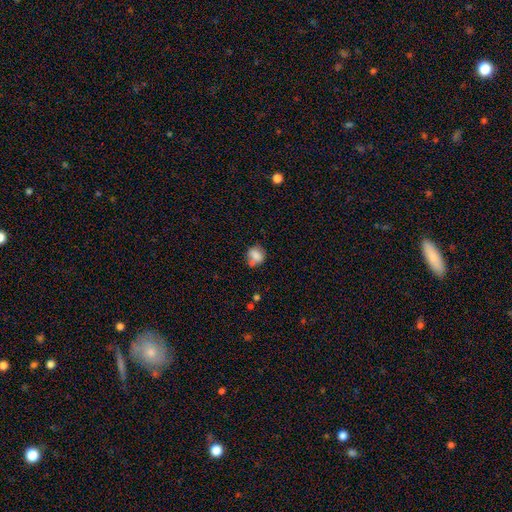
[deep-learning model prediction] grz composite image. It shows a smooth galaxy with no disk features (78%) that is round (68%). Merging: none (54%).